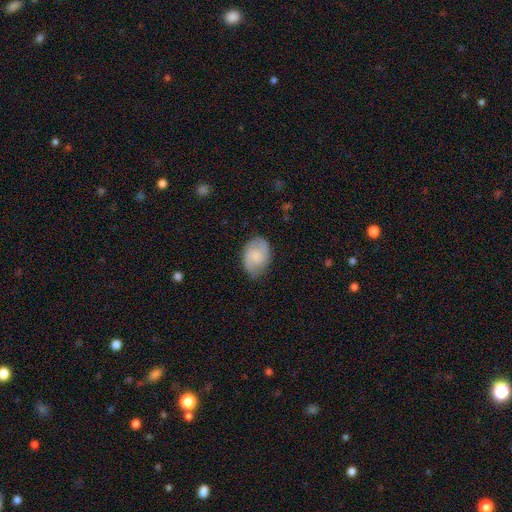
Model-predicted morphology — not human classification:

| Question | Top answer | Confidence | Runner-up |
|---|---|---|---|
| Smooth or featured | smooth | 54% | featured or disk (39%) |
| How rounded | in between | 72% | round (26%) |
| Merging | none | 72% | minor disturbance (22%) |